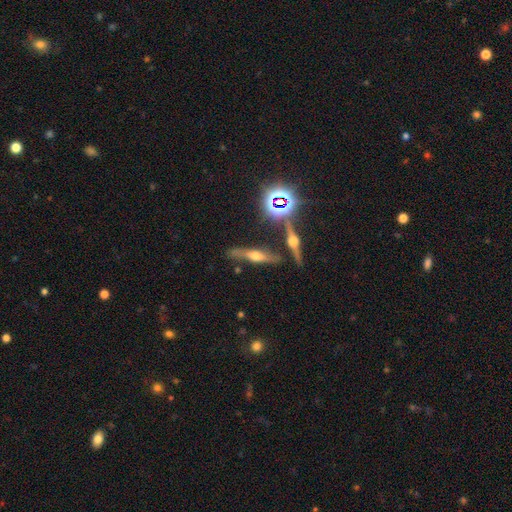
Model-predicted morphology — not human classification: A featured or disk galaxy (65%) viewed edge-on (91%) with a rounded central bulge (91%). Merging: none (75%).